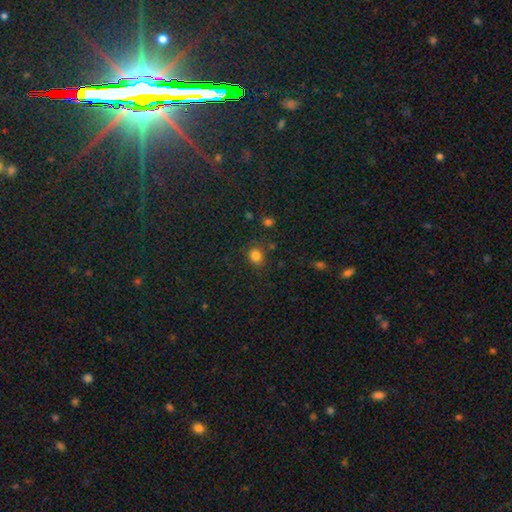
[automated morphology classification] Smooth or featured?
  - smooth: 81% *
  - star or artifact: 14%
  - featured or disk: 5%
How rounded?
  - round: 74% *
  - in between: 25%
  - cigar-shaped: 1%
Merging?
  - none: 80% *
  - minor disturbance: 13%
  - major disturbance: 4%
  - merger: 3%